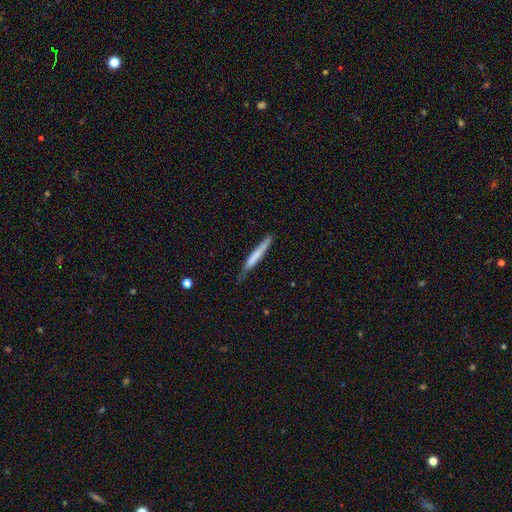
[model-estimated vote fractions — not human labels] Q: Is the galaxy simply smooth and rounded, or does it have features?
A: smooth — 66%.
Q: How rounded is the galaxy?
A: cigar-shaped — 96%.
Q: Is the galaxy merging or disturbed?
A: none — 68%.